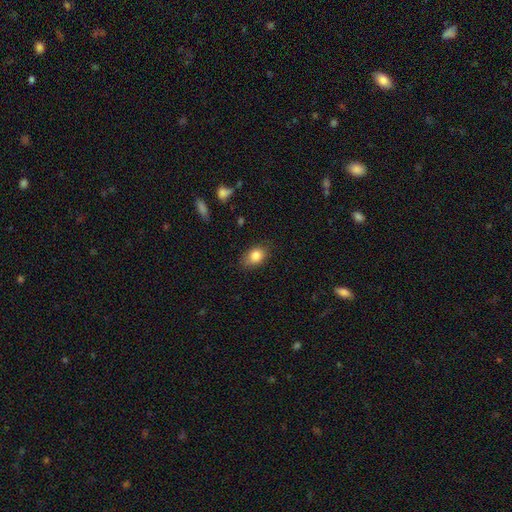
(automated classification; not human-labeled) smooth 84%, star or artifact 8%, featured or disk 8%. Down the decision tree: how rounded — in between (82%); merging — none (80%).